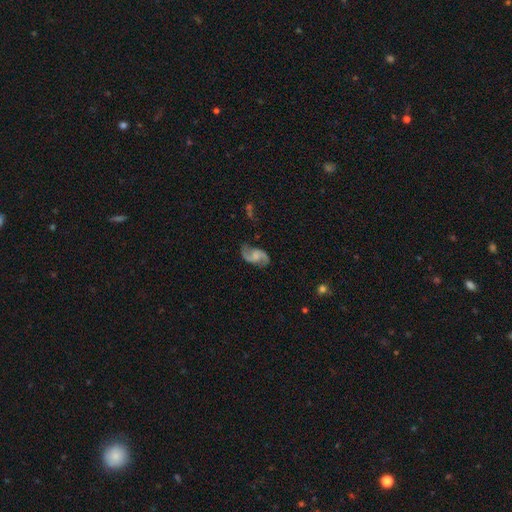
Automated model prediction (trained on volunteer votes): This appears to be a featured or disk galaxy (86%) with no bar (49%), 2 (94%) loose (55%) spiral arms (97%) and no central bulge (51%). Merging: none (78%).